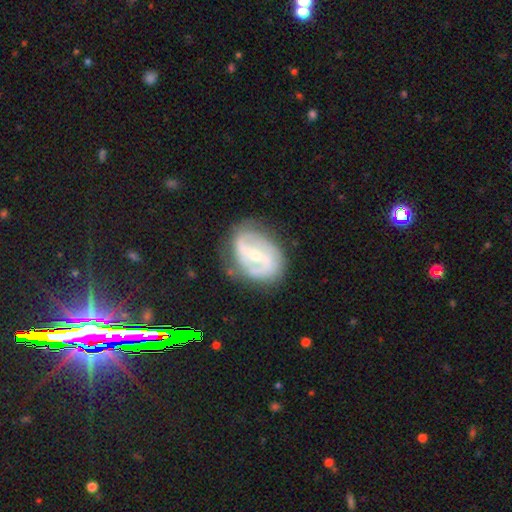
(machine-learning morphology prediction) A featured or disk galaxy (82%) with a strong bar (49%), 2 (80%) medium (43%) spiral arms (86%) and a small central bulge (54%).

Vote fractions:
- Smooth or featured? featured or disk: 82% / smooth: 12% / star or artifact: 6%
- Edge-on disk? no: 96% / yes: 4%
- Bar? strong: 49% / weak: 36% / no: 15%
- Spiral arms? yes: 86% / no: 14%
- Spiral winding? medium: 43% / loose: 29% / tight: 28%
- Spiral arm count? 2: 80% / can't tell: 11% / 3: 4% / 1: 3% / 4: 1% / more than 4: 1%
- Bulge size? small: 54% / moderate: 42% / large: 2% / none: 1% / dominant: 1%
- Merging? none: 70% / minor disturbance: 20% / major disturbance: 8% / merger: 2%